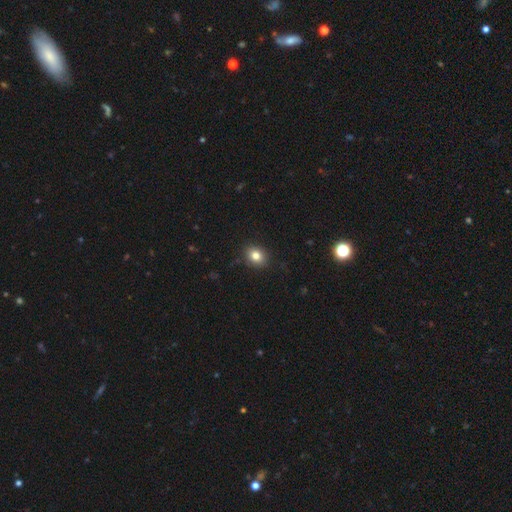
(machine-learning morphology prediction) Overall: smooth (81%). How rounded: round (56%; in between 43%). Merging: none (89%).